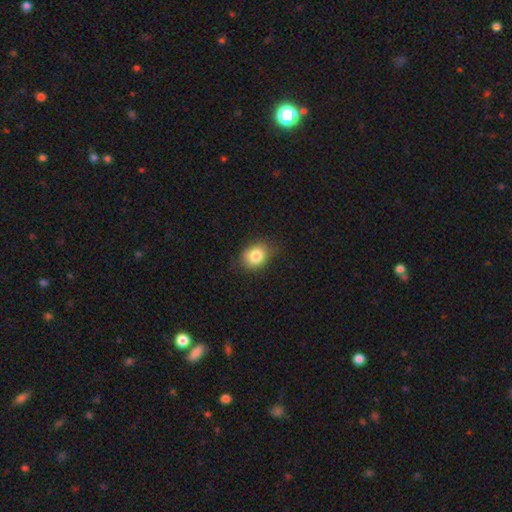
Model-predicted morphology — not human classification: This appears to be a smooth galaxy with no disk features (83%) that is in between round and cigar-shaped (50%). Merging: none (74%).